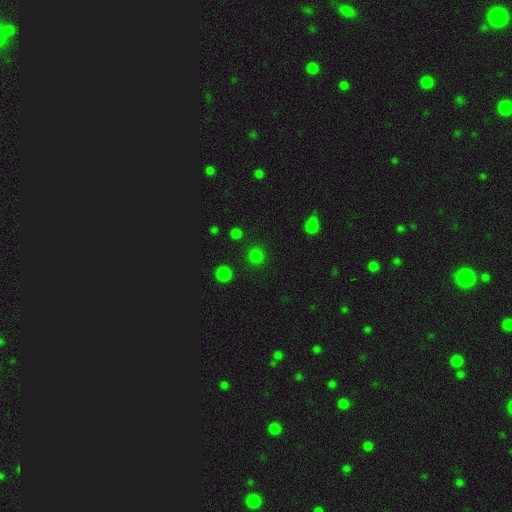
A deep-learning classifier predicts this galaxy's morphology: smooth_or_featured: smooth (p=0.77) [alt: star or artifact p=0.19]
how_rounded: round (p=0.93) [alt: in between p=0.06]
merging: none (p=0.88) [alt: minor disturbance p=0.06]